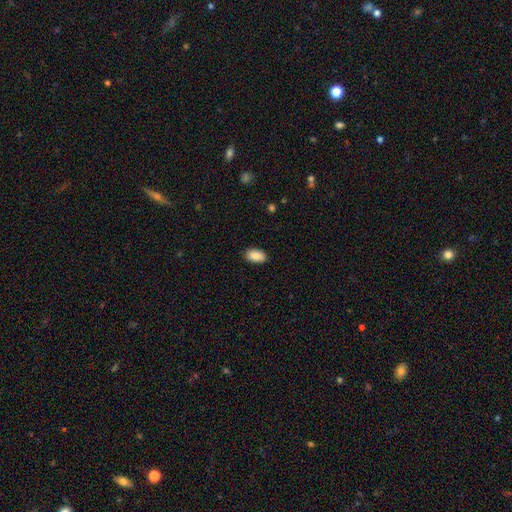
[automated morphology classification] type=smooth (89%); roundness=in between (94%); merging=none (88%).